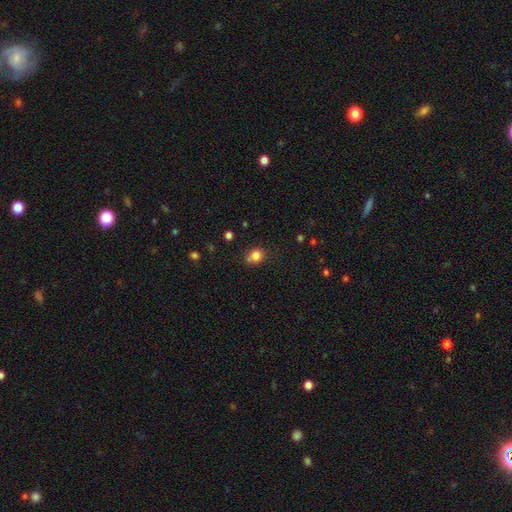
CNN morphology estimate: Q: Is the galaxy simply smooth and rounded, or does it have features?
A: smooth — 82%.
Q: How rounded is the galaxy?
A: round — 61%.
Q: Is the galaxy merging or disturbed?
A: none — 63%.